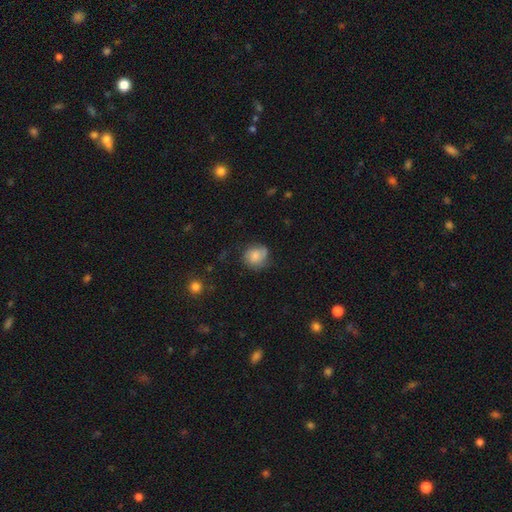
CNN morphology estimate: This appears to be a smooth galaxy with no disk features (69%) that is round (73%). Merging: none (60%).